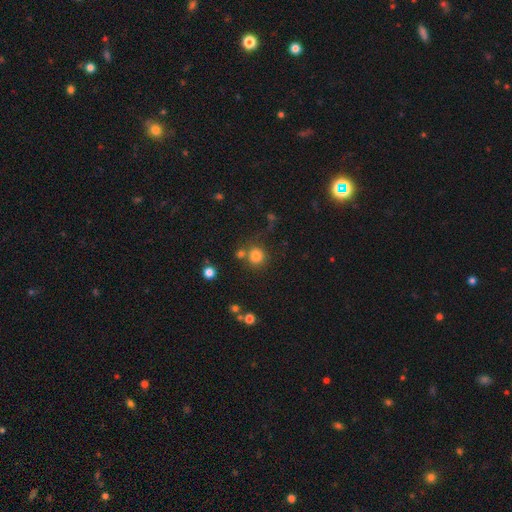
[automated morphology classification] type=smooth (79%); roundness=round (91%); merging=none (70%).